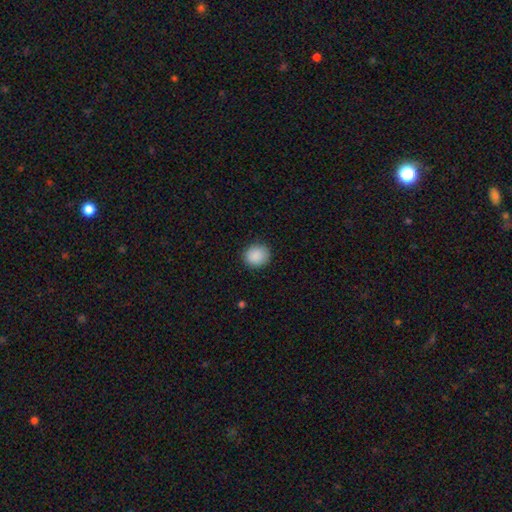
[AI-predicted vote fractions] This is clearly a smooth galaxy (89%). How rounded: clearly round (82%). Merging: clearly none (89%).